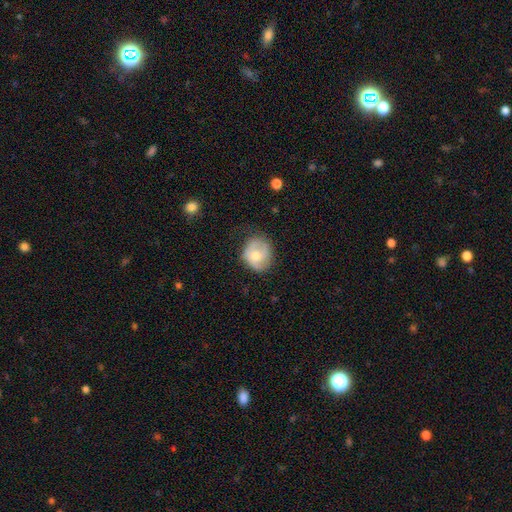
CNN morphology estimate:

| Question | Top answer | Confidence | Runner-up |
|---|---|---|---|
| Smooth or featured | smooth | 55% | featured or disk (38%) |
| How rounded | round | 70% | in between (30%) |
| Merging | none | 58% | minor disturbance (29%) |